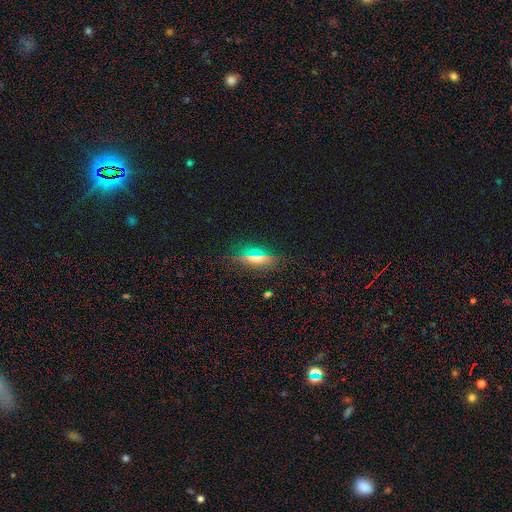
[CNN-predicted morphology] Smooth or featured: smooth — 49% (featured or disk — 30%)
Merging: none — 86% (minor disturbance — 9%)